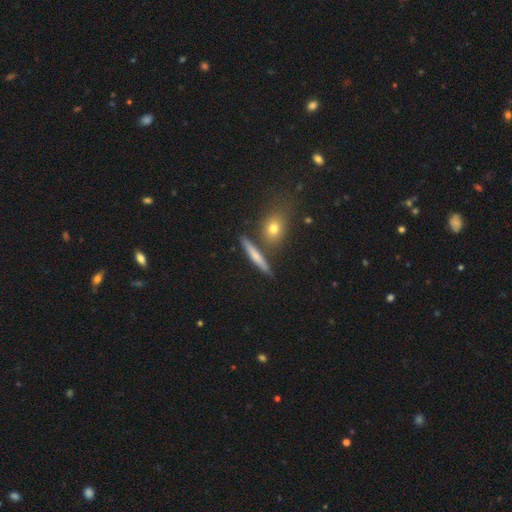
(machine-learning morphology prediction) smooth-or-featured: smooth: 61% | featured or disk: 31% | star or artifact: 8%
  how-rounded: cigar-shaped: 79% | in between: 12% | round: 10%
  merging: none: 79% | minor disturbance: 10% | merger: 8% | major disturbance: 3%